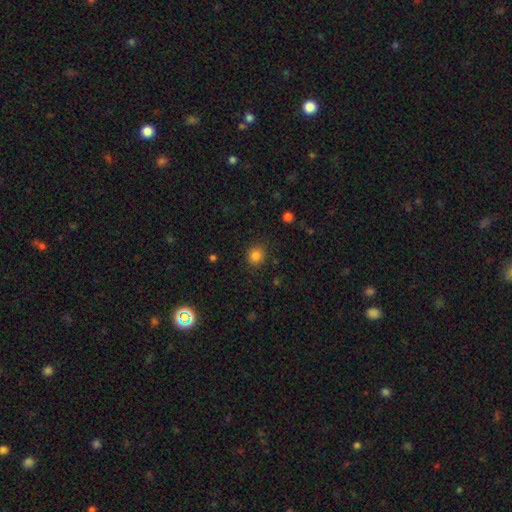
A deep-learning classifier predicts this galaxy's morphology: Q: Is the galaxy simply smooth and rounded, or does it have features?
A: smooth — 83%.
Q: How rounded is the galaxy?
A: round — 87%.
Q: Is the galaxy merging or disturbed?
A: none — 88%.